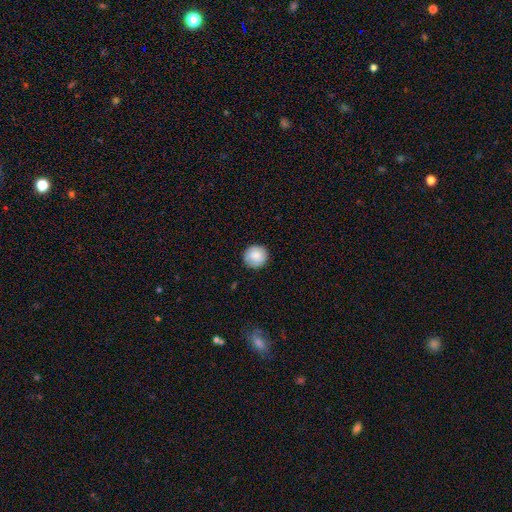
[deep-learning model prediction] Morphology: type=smooth (87%); roundness=round (94%); merging=none (89%).